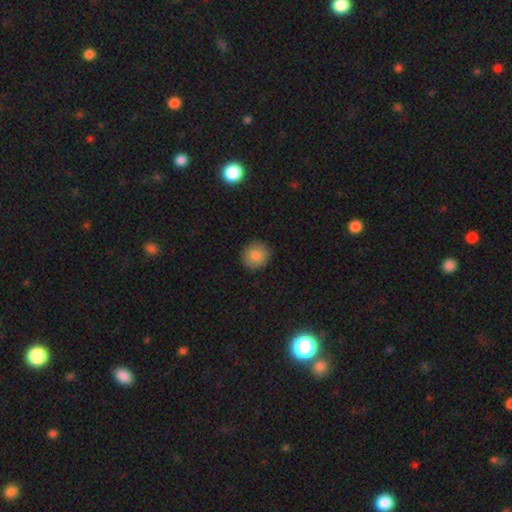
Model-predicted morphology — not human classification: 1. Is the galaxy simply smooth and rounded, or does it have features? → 85% smooth, 9% star or artifact, 6% featured or disk.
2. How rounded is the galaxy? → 92% round, 7% in between, 1% cigar-shaped.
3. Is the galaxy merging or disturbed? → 91% none, 6% minor disturbance, 2% major disturbance, 1% merger.